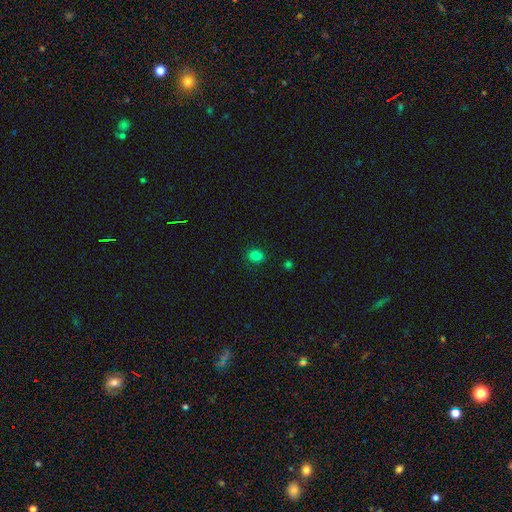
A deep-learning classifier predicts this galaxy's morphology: type=smooth (81%); roundness=round (60%); merging=none (88%).